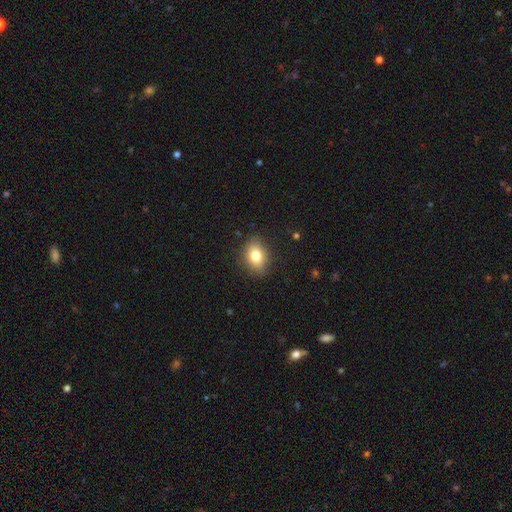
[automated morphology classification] Q: Smooth or featured?
A: smooth (78%); runner-up: featured or disk (12%)
Q: How rounded?
A: in between (67%); runner-up: round (31%)
Q: Merging?
A: none (83%); runner-up: minor disturbance (13%)